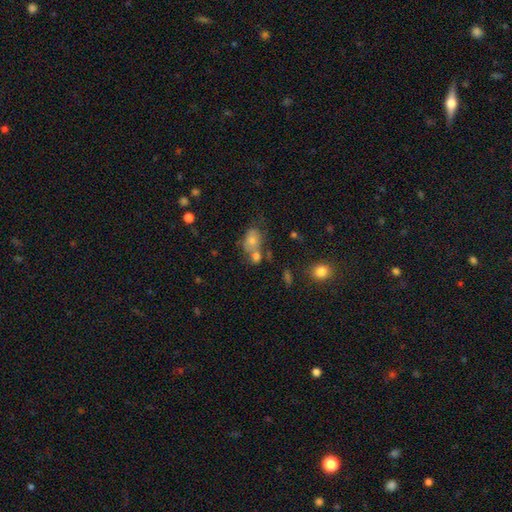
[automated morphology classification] A smooth galaxy with no disk features (46%).

Vote fractions:
- Smooth or featured? smooth: 46% / star or artifact: 27% / featured or disk: 27%
- Merging? none: 49% / merger: 27% / minor disturbance: 16% / major disturbance: 8%